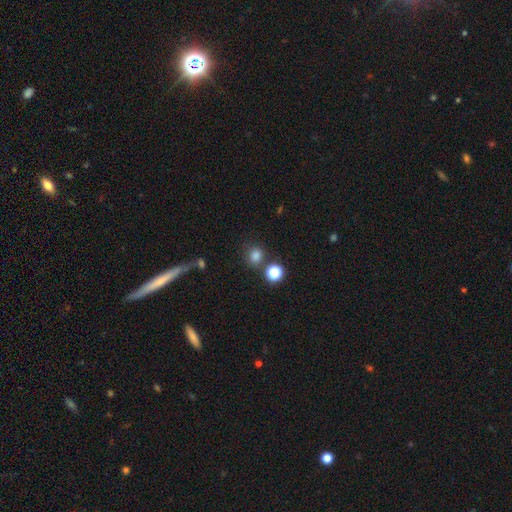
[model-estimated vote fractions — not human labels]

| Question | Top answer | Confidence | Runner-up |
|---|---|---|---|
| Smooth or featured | smooth | 79% | star or artifact (16%) |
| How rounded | round | 79% | in between (20%) |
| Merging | none | 73% | merger (11%) |